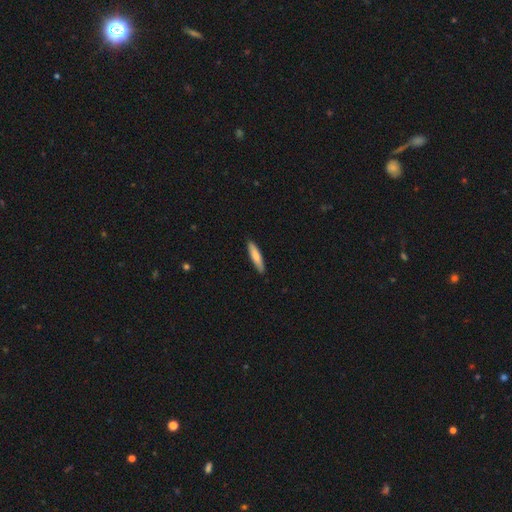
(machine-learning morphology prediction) This appears to be a smooth galaxy with no disk features (78%) that is cigar-shaped (82%). Merging: none (89%).